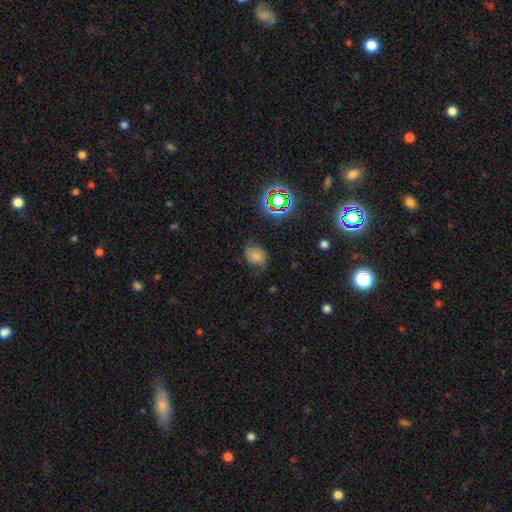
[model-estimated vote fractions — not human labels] Smooth or featured? Predicted: smooth (p=0.65). How rounded? Predicted: in between (p=0.55). Merging? Predicted: none (p=0.66).